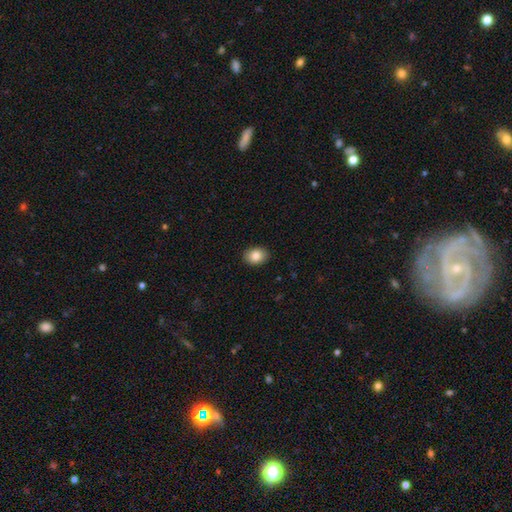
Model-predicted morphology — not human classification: smooth 85%, star or artifact 8%, featured or disk 7%. Down the decision tree: how rounded — in between (65%); merging — none (90%).